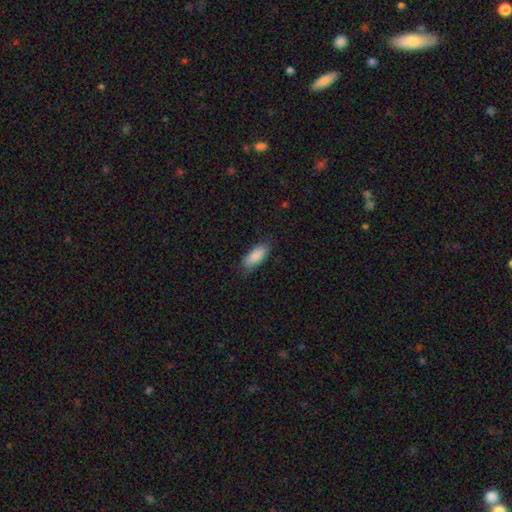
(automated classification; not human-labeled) A smooth galaxy with no disk features (89%) that is in between round and cigar-shaped (87%).

Vote fractions:
- Smooth or featured? smooth: 89% / star or artifact: 6% / featured or disk: 5%
- How rounded? in between: 87% / cigar-shaped: 11% / round: 2%
- Merging? none: 80% / minor disturbance: 16% / major disturbance: 3% / merger: 1%